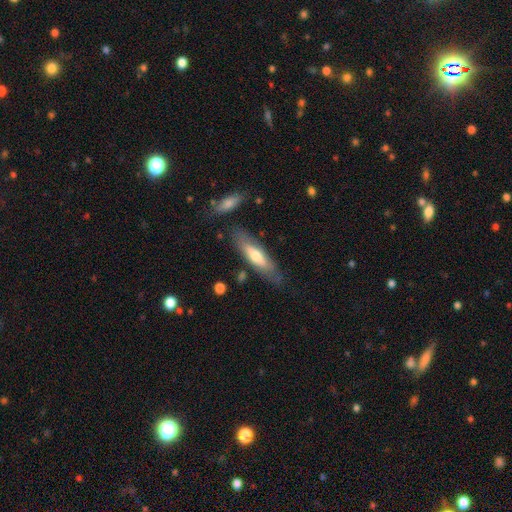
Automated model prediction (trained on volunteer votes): This appears to be a smooth galaxy with no disk features (54%) that is cigar-shaped (62%). Merging: none (76%).